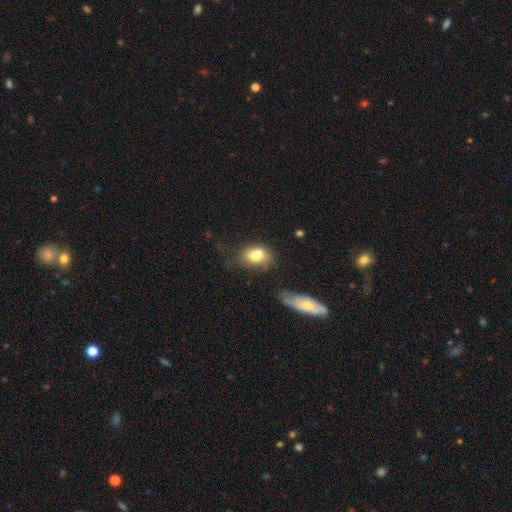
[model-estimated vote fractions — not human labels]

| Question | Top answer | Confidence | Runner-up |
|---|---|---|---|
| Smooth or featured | smooth | 78% | featured or disk (13%) |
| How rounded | in between | 78% | round (20%) |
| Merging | none | 43% | minor disturbance (30%) |